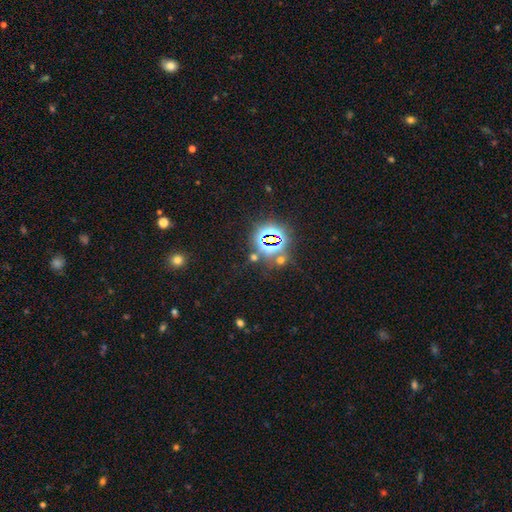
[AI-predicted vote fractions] smooth_or_featured: star or artifact (p=0.79) [alt: smooth p=0.13]